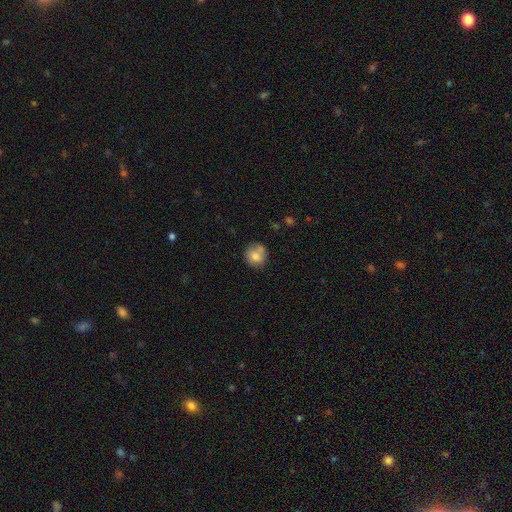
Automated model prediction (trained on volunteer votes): The model was most divided on "merging": none: 62%, minor disturbance: 19%, merger: 14%, major disturbance: 5%. More confident: how rounded — round (84%); smooth or featured — smooth (77%).